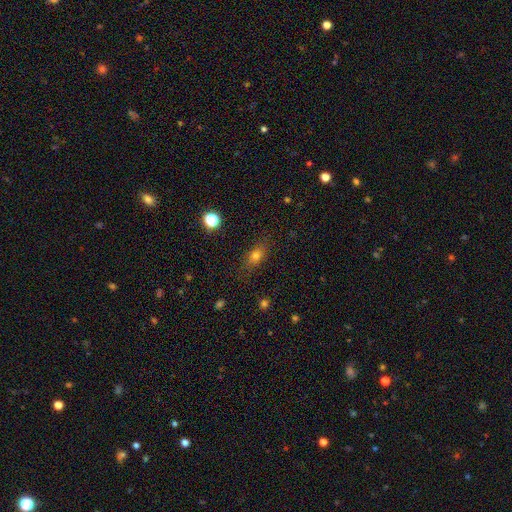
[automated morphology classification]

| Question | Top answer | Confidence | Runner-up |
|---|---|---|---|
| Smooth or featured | smooth | 72% | star or artifact (14%) |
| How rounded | in between | 68% | round (22%) |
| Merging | none | 80% | minor disturbance (14%) |